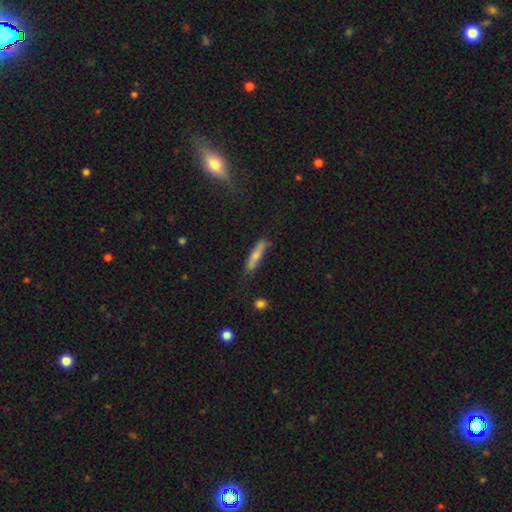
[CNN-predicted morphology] The model was most divided on "smooth or featured": smooth: 67%, featured or disk: 26%, star or artifact: 6%. More confident: how rounded — cigar-shaped (83%); merging — none (75%).